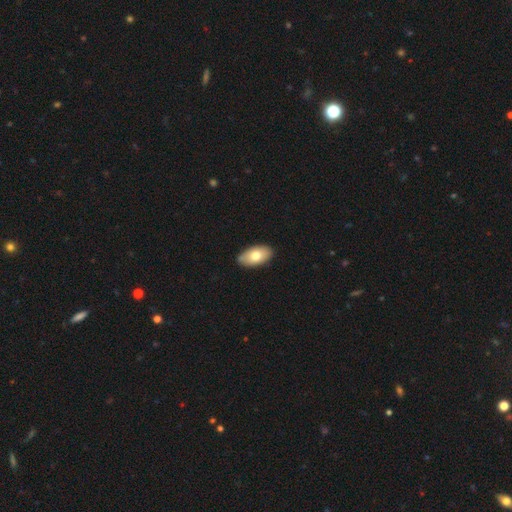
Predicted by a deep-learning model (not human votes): Q: Smooth or featured?
A: smooth (73%); runner-up: featured or disk (21%)
Q: How rounded?
A: in between (94%); runner-up: round (4%)
Q: Merging?
A: none (87%); runner-up: minor disturbance (10%)